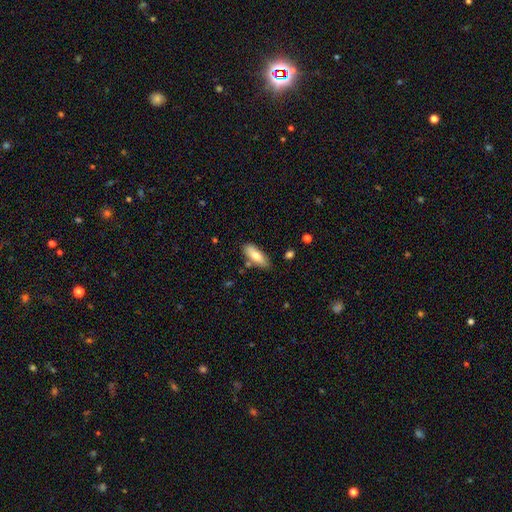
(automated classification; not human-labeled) smooth 73%, featured or disk 20%, star or artifact 7%. Down the decision tree: how rounded — in between (70%); merging — none (79%).